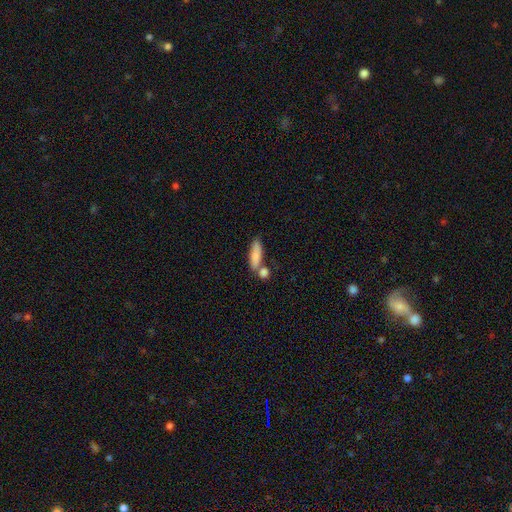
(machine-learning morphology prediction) Smooth or featured? Predicted: smooth (p=0.82). How rounded? Predicted: in between (p=0.53). Merging? Predicted: none (p=0.51).